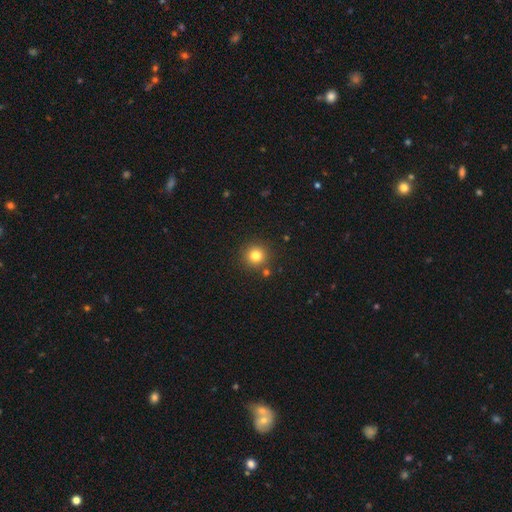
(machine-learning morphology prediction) Smooth or featured? smooth (80%)
How rounded? round (95%)
Merging? none (86%)